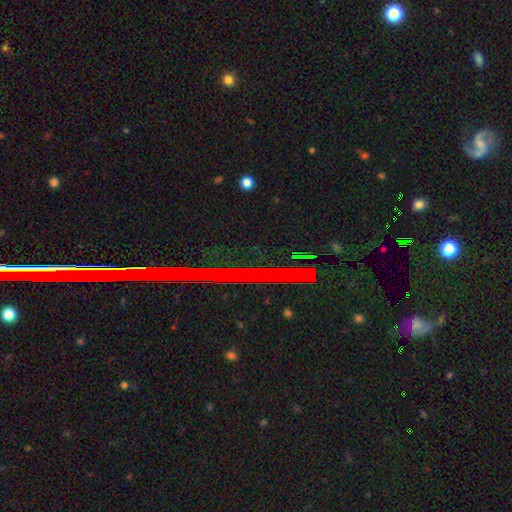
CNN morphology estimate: type=star or artifact (72%).